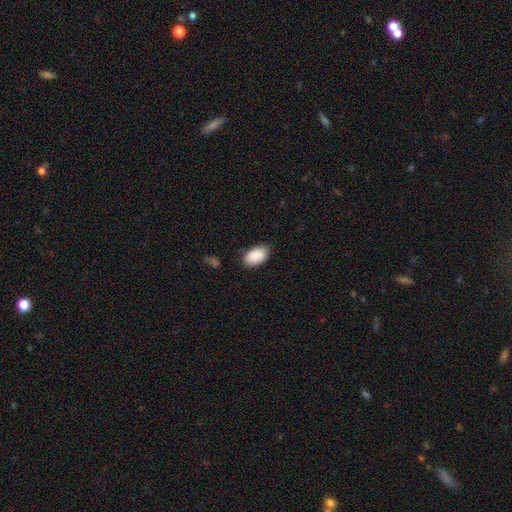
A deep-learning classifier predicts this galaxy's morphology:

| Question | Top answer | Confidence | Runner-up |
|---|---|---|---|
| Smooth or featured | smooth | 90% | star or artifact (6%) |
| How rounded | in between | 93% | round (5%) |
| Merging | none | 83% | minor disturbance (13%) |